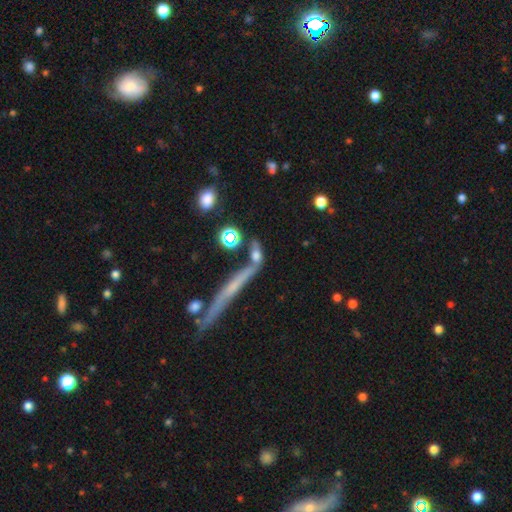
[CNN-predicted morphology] smooth 59%, featured or disk 26%, star or artifact 15%. Down the decision tree: how rounded — in between (47%); merging — none (45%).